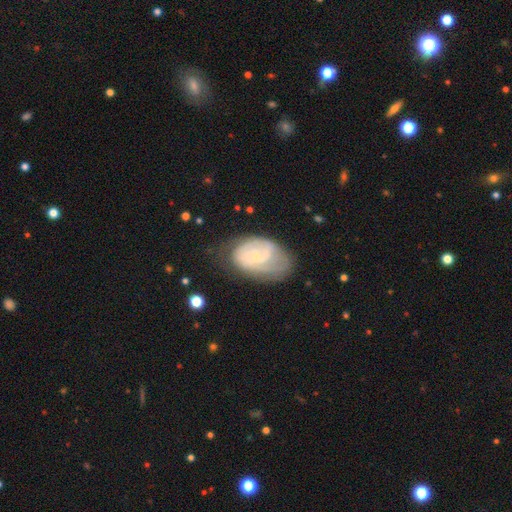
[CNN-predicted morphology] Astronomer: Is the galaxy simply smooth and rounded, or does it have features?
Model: featured or disk — 67%.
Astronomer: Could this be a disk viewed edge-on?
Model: no — 97%.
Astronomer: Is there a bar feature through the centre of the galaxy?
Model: no — 60%.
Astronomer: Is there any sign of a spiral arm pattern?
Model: yes — 80%.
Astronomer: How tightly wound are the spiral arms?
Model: tight — 57%.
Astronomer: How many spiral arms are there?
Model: can't tell — 43% (runner-up: 2, 37%).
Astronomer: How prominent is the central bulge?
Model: small — 76%.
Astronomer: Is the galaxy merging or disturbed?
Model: none — 56%.